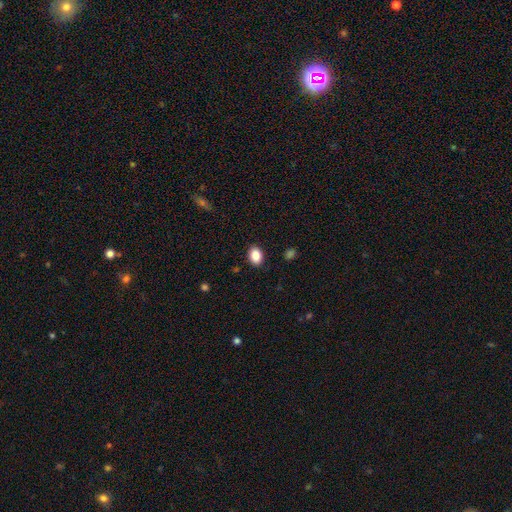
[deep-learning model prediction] Smooth or featured? Predicted: smooth (p=0.88). How rounded? Predicted: in between (p=0.75). Merging? Predicted: none (p=0.89).